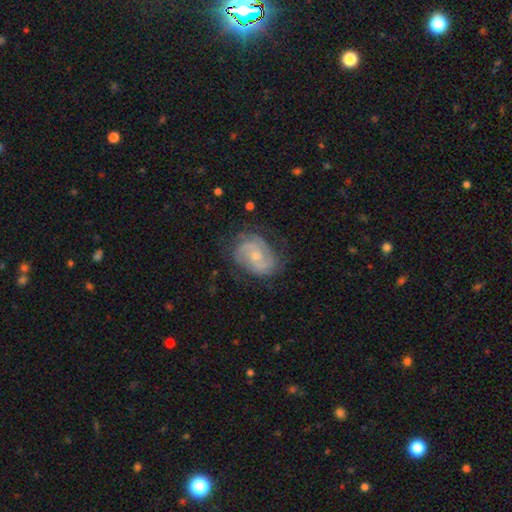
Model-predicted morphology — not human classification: A featured or disk galaxy (78%) with no bar (67%), 2 (51%) tight (49%) spiral arms (92%) and a small central bulge (59%). Merging: none (68%).